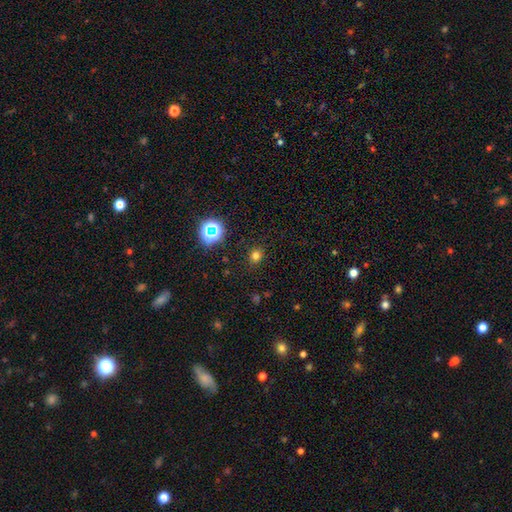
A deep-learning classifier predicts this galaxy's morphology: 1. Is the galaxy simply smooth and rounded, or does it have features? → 73% smooth, 21% star or artifact, 6% featured or disk.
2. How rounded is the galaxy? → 79% round, 20% in between, 1% cigar-shaped.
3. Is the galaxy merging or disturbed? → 88% none, 7% minor disturbance, 3% major disturbance, 1% merger.